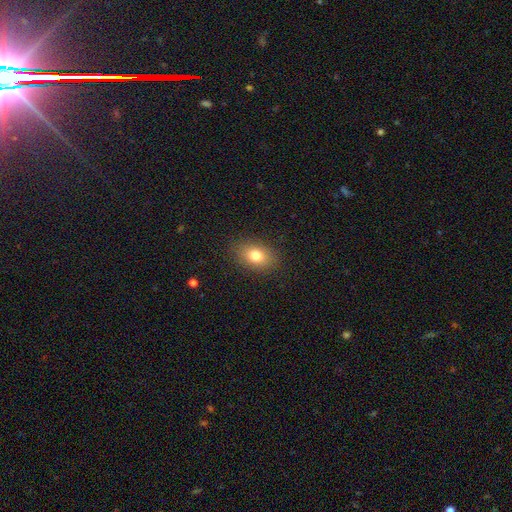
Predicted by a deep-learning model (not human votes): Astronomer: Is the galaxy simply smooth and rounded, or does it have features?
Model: smooth — 78%.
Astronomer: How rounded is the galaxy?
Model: in between — 74%.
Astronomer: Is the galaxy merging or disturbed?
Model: none — 87%.